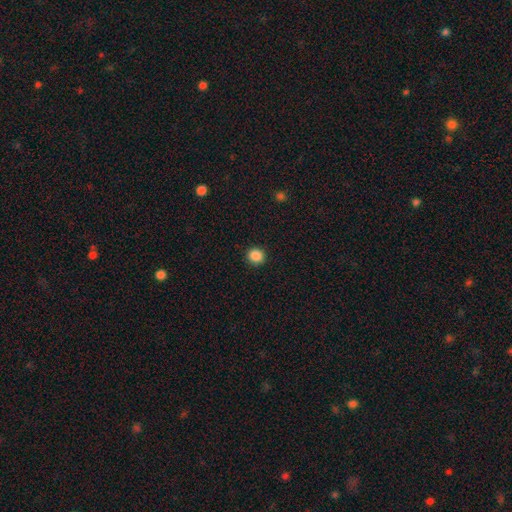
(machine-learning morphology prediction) A smooth galaxy with no disk features (87%) that is round (88%). Merging: none (91%).